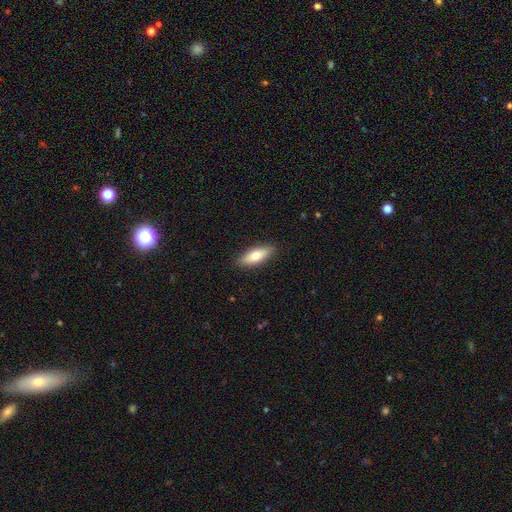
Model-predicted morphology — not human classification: smooth_or_featured: smooth (p=0.74) [alt: featured or disk p=0.20]
how_rounded: in between (p=0.63) [alt: cigar-shaped p=0.35]
merging: none (p=0.88) [alt: minor disturbance p=0.09]